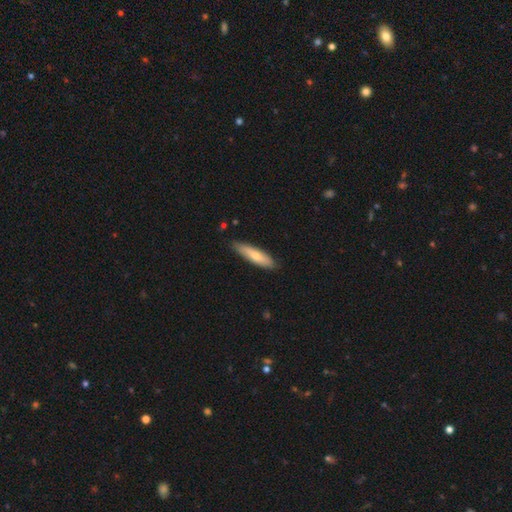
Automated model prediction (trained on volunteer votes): smooth-or-featured: smooth: 69% | featured or disk: 26% | star or artifact: 5%
  how-rounded: cigar-shaped: 71% | in between: 28% | round: 2%
  merging: none: 83% | minor disturbance: 13% | major disturbance: 2% | merger: 1%